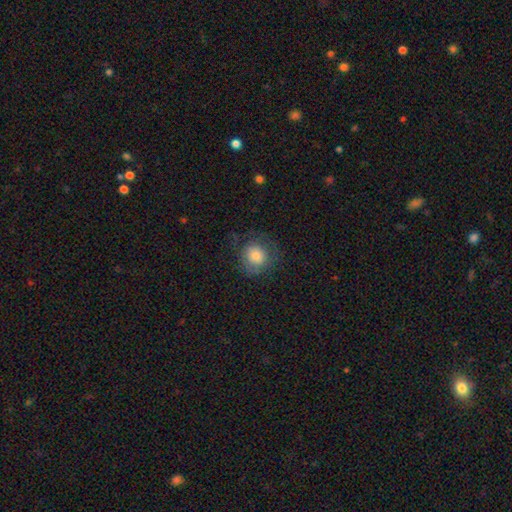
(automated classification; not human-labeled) The model was most divided on "merging": none: 70%, minor disturbance: 18%, major disturbance: 11%, merger: 1%. More confident: how rounded — round (87%); smooth or featured — smooth (75%).